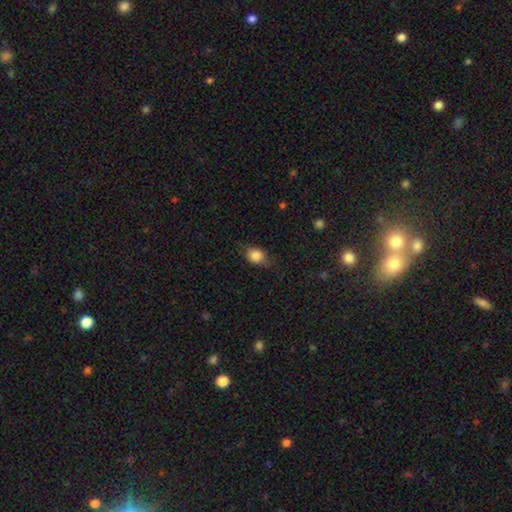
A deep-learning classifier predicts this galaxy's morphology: Smooth or featured? smooth (83%)
How rounded? in between (58%)
Merging? none (71%)